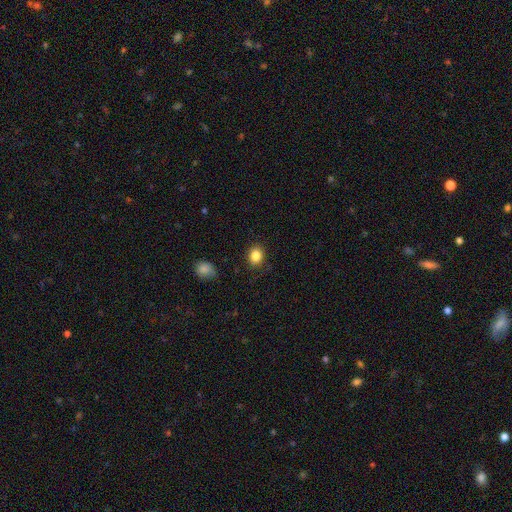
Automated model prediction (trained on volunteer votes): smooth-or-featured: smooth: 85% | star or artifact: 10% | featured or disk: 5%
  how-rounded: round: 56% | in between: 43% | cigar-shaped: 1%
  merging: none: 86% | minor disturbance: 10% | major disturbance: 3% | merger: 1%